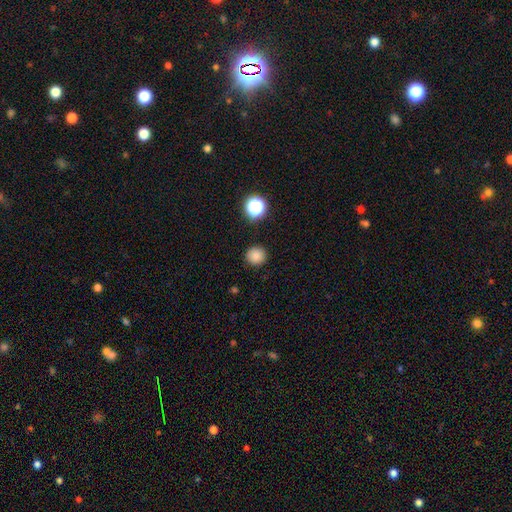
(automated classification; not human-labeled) Q: Smooth or featured?
A: smooth (84%); runner-up: star or artifact (13%)
Q: How rounded?
A: round (93%); runner-up: in between (6%)
Q: Merging?
A: none (91%); runner-up: minor disturbance (6%)